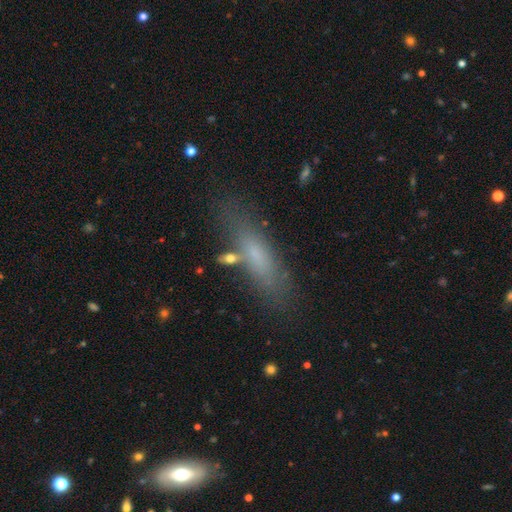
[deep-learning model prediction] The model was most divided on "how rounded": cigar-shaped: 64%, in between: 33%, round: 2%. More confident: merging — none (77%); smooth or featured — smooth (66%).